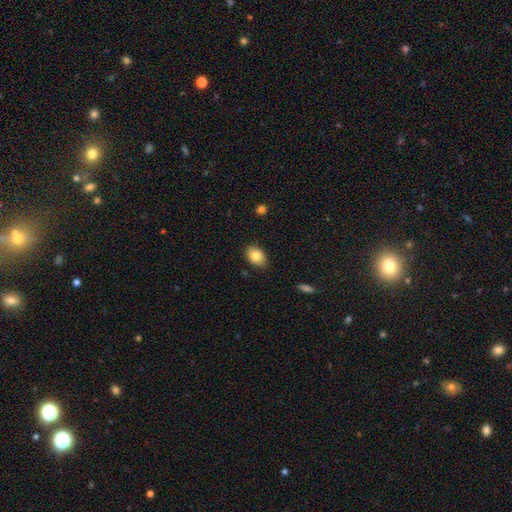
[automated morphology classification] Smooth or featured? Predicted: smooth (p=0.84). How rounded? Predicted: in between (p=0.81). Merging? Predicted: none (p=0.85).